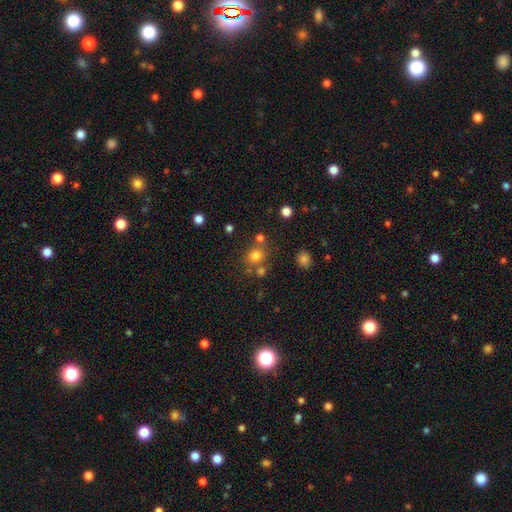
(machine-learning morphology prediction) The model was most divided on "merging": none: 67%, merger: 17%, minor disturbance: 11%, major disturbance: 5%. More confident: how rounded — round (76%); smooth or featured — smooth (76%).